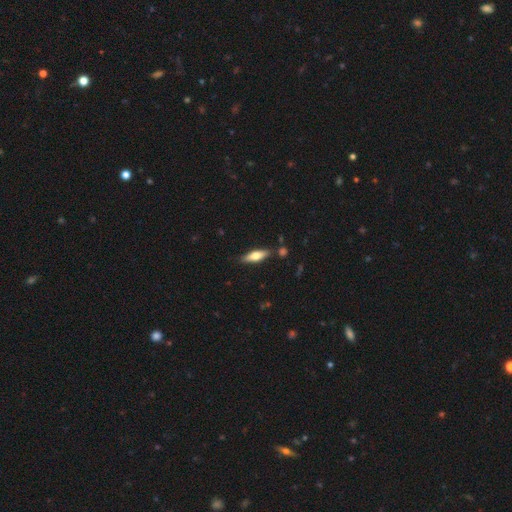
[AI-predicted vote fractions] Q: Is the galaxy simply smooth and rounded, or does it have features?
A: smooth — 59%.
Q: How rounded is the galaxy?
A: cigar-shaped — 55%.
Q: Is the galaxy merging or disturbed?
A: none — 81%.